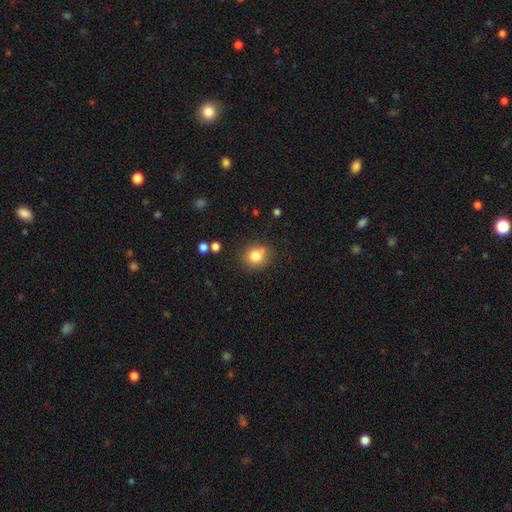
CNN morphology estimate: type=smooth (81%); roundness=round (76%); merging=none (73%).